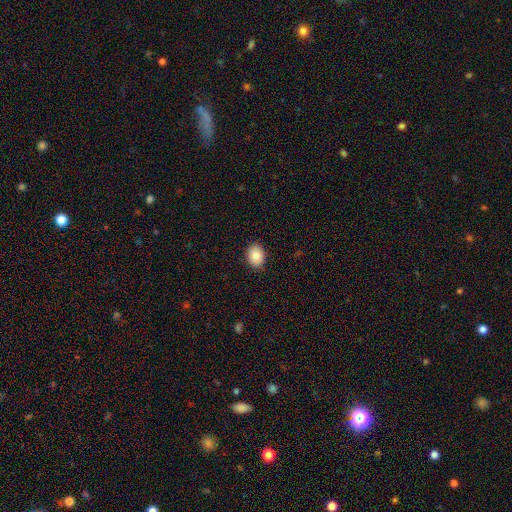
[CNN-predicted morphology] Q: Smooth or featured?
A: smooth (87%); runner-up: star or artifact (8%)
Q: How rounded?
A: in between (65%); runner-up: round (34%)
Q: Merging?
A: none (89%); runner-up: minor disturbance (8%)